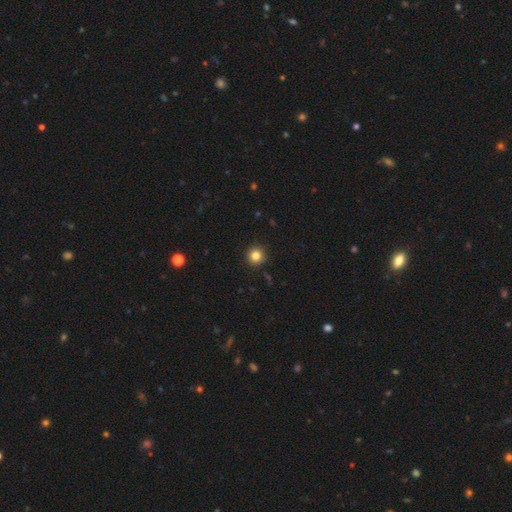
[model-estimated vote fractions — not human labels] This appears to be a smooth galaxy with no disk features (83%) that is round (95%). Merging: none (92%).